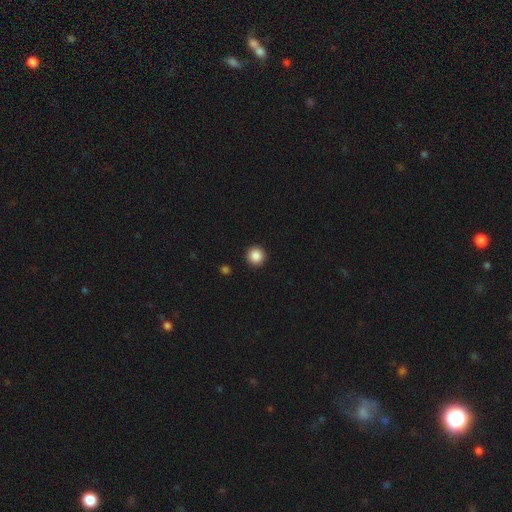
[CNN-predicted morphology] This appears to be a smooth galaxy with no disk features (87%) that is round (96%). Merging: none (93%).